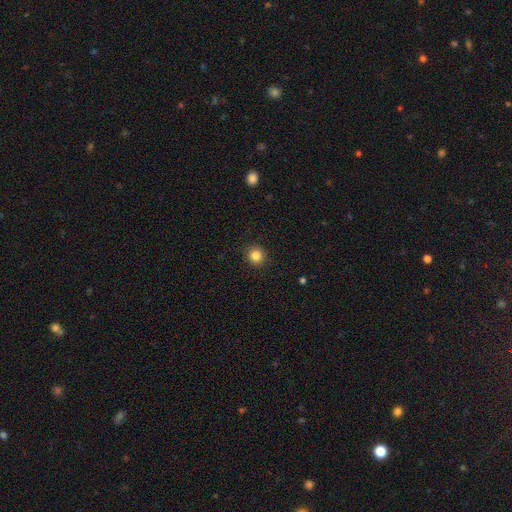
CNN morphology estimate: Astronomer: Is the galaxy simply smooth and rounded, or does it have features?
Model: smooth — 84%.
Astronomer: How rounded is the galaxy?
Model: round — 92%.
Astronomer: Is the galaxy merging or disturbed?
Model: none — 91%.